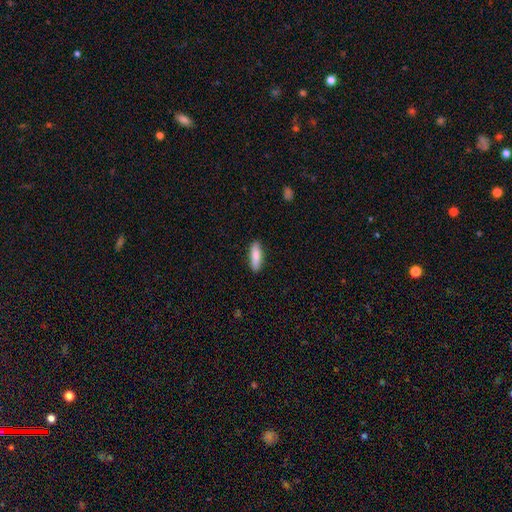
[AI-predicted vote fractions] Smooth or featured? Predicted: smooth (p=0.84). How rounded? Predicted: cigar-shaped (p=0.57). Merging? Predicted: none (p=0.87).